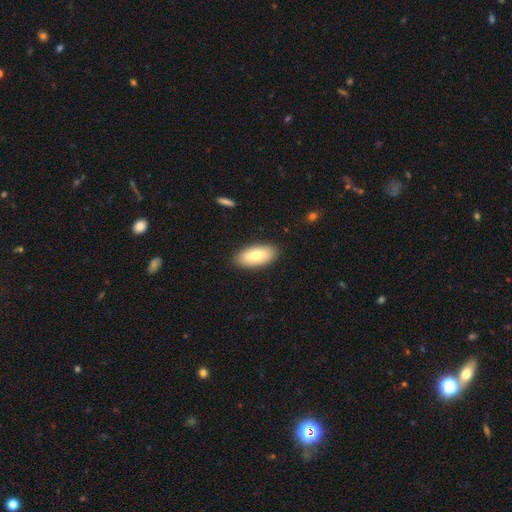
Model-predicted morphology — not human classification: type=smooth (72%); roundness=in between (89%); merging=none (88%).